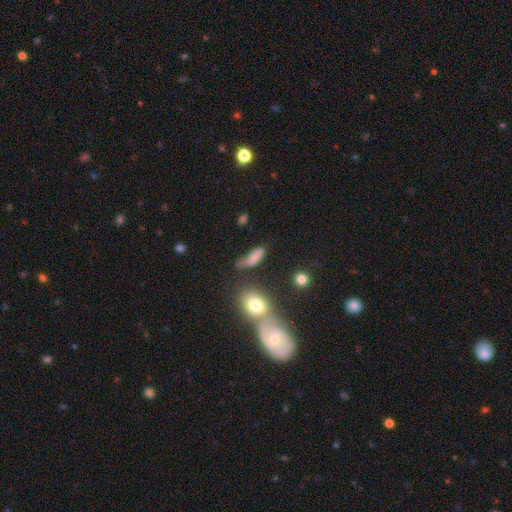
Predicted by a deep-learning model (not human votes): Overall: smooth (75%). How rounded: in between (64%; cigar-shaped 31%). Merging: none (42%; minor disturbance 30%).